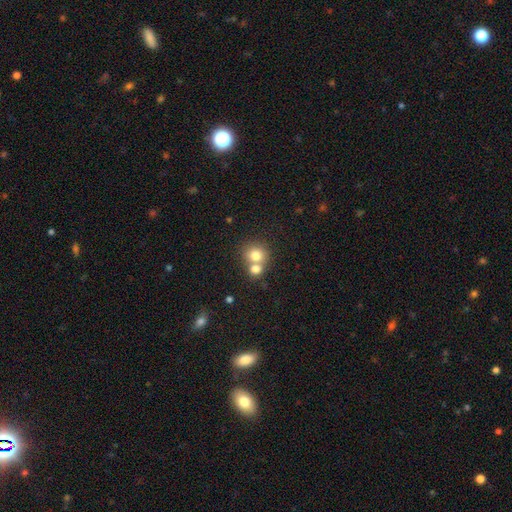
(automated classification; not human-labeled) Smooth or featured? smooth (76%)
How rounded? round (81%)
Merging? merger (53%)